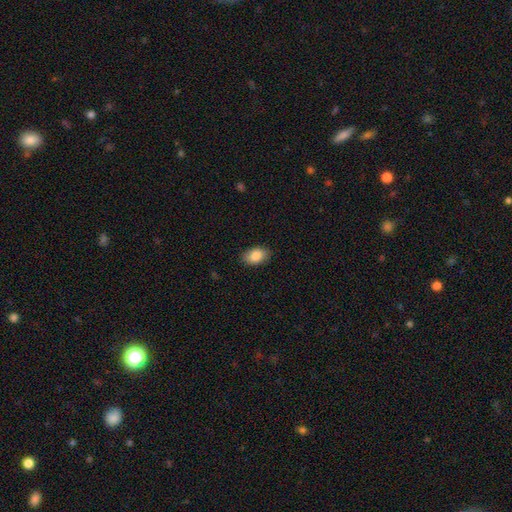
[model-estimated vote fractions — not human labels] smooth_or_featured: smooth (p=0.88) [alt: star or artifact p=0.07]
how_rounded: in between (p=0.89) [alt: round p=0.10]
merging: none (p=0.87) [alt: minor disturbance p=0.10]